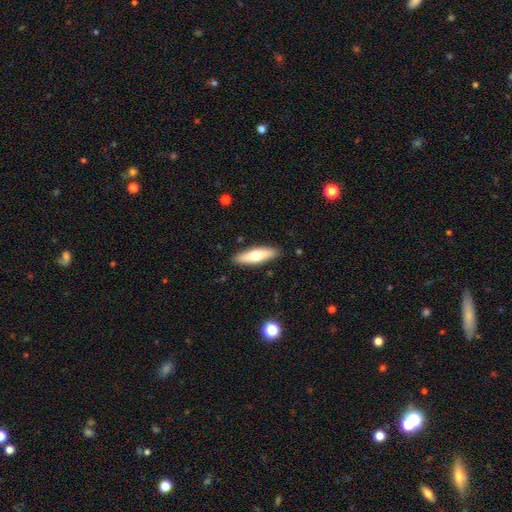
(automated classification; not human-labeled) Morphology: type=smooth (62%); roundness=cigar-shaped (56%); merging=none (89%).